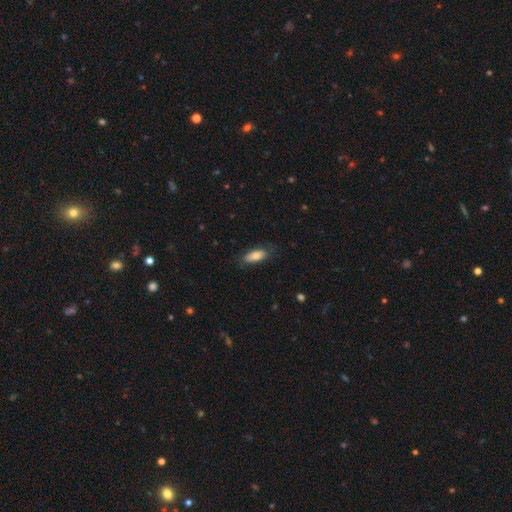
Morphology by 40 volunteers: Volunteers were most divided on "merging": none: 80%, minor disturbance: 20%, major disturbance: 0%, merger: 0%. More confident: how rounded — in between (88%); smooth or featured — smooth (85%).